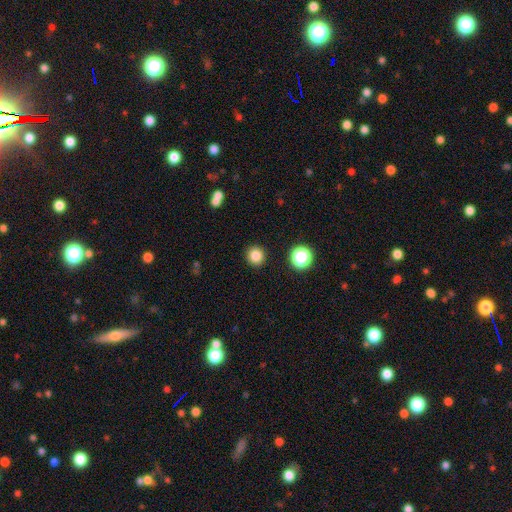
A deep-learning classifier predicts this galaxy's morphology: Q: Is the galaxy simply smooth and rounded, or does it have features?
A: smooth — 84%.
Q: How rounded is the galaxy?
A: round — 93%.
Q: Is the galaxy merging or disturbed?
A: none — 91%.